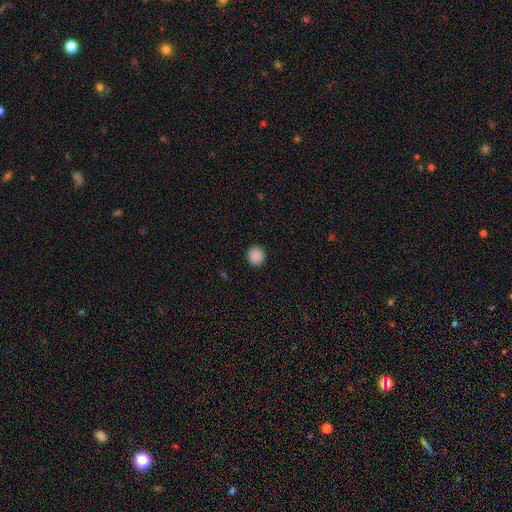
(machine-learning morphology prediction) Overall: smooth (89%). How rounded: round (87%). Merging: none (92%).